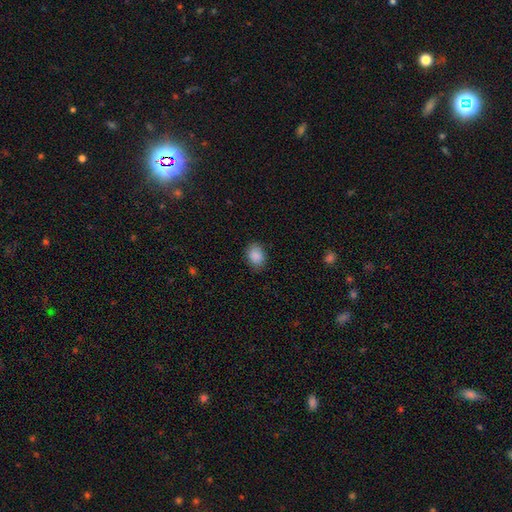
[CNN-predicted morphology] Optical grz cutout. It shows a smooth galaxy with no disk features (88%) that is in between round and cigar-shaped (64%). Merging: none (84%).